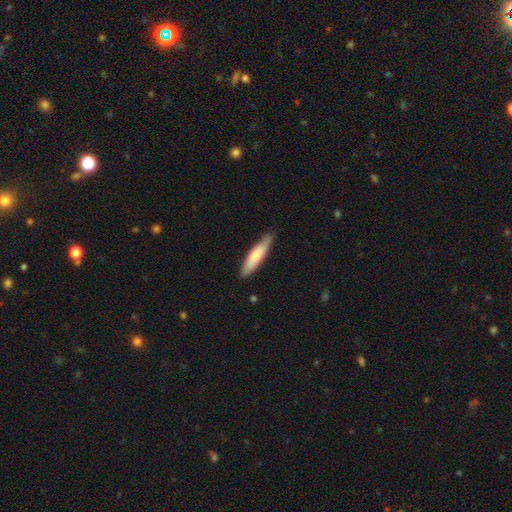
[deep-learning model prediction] smooth-or-featured: smooth: 73% | featured or disk: 22% | star or artifact: 5%
  how-rounded: cigar-shaped: 79% | in between: 20% | round: 1%
  merging: none: 85% | minor disturbance: 12% | major disturbance: 2% | merger: 1%